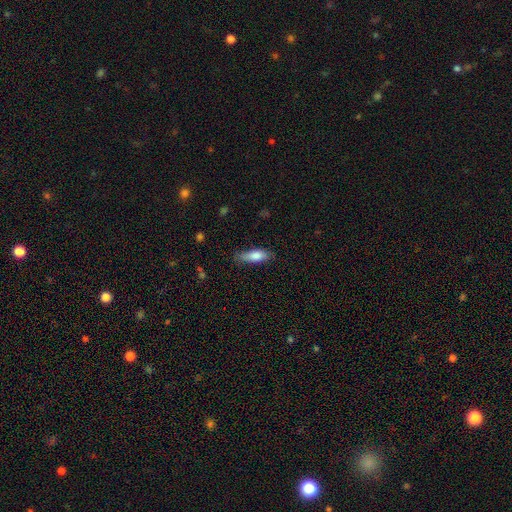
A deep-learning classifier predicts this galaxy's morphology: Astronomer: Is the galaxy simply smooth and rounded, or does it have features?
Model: smooth — 77%.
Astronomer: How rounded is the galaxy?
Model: in between — 57% (runner-up: cigar-shaped, 41%).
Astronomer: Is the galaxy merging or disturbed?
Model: none — 75%.